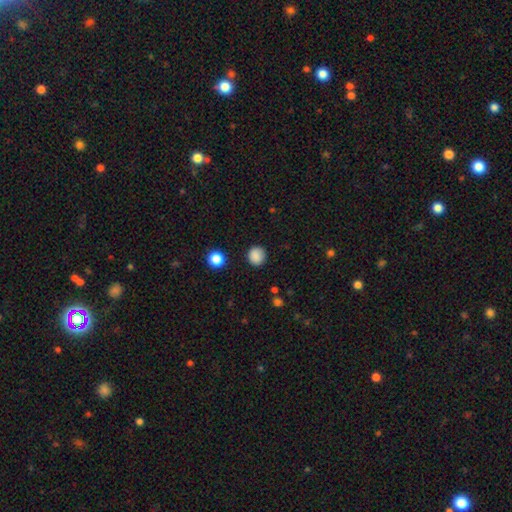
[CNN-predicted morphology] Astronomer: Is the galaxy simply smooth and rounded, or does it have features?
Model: smooth — 87%.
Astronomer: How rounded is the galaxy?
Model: round — 90%.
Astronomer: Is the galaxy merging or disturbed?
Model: none — 89%.